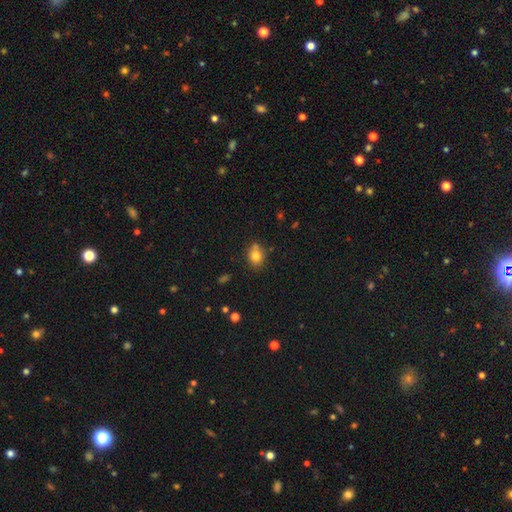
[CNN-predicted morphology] Q: Smooth or featured?
A: smooth (79%); runner-up: star or artifact (11%)
Q: How rounded?
A: in between (50%); runner-up: round (49%)
Q: Merging?
A: none (64%); runner-up: minor disturbance (20%)